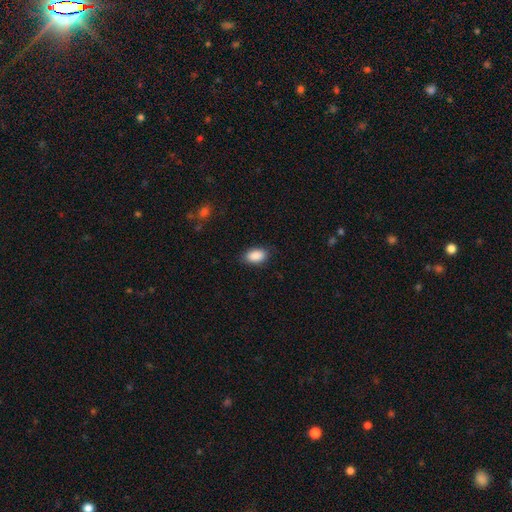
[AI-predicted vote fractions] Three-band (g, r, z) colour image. It shows a smooth galaxy with no disk features (90%) that is in between round and cigar-shaped (92%). Merging: none (83%).